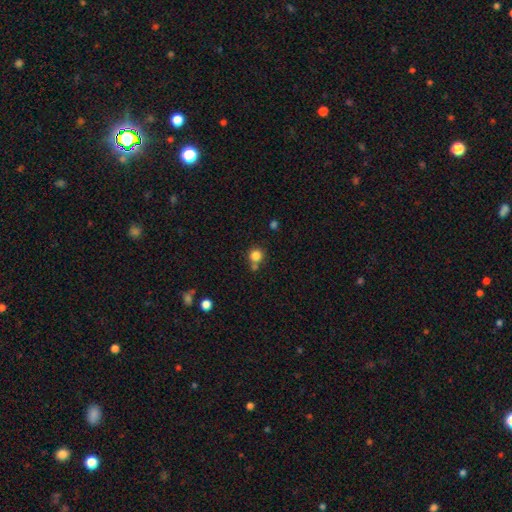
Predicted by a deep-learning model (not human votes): Smooth or featured? Predicted: smooth (p=0.82). How rounded? Predicted: round (p=0.91). Merging? Predicted: none (p=0.61).